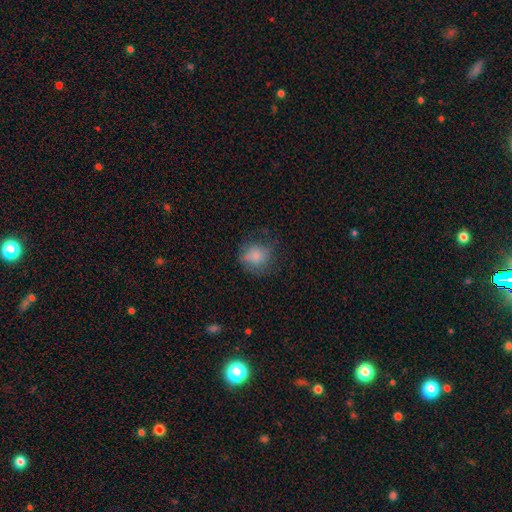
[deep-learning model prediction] smooth-or-featured: smooth: 77% | featured or disk: 12% | star or artifact: 10%
  how-rounded: round: 81% | in between: 18% | cigar-shaped: 1%
  merging: none: 60% | minor disturbance: 24% | major disturbance: 15% | merger: 2%